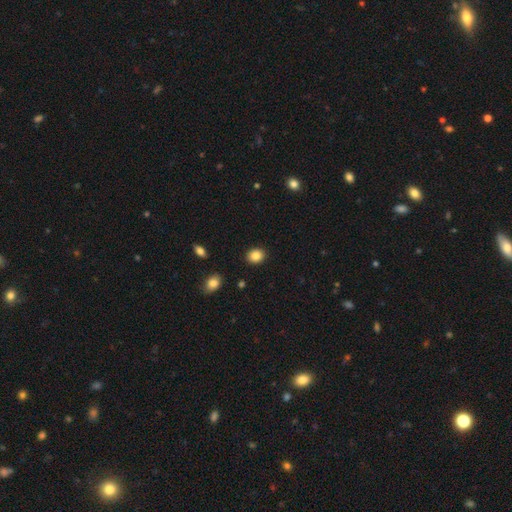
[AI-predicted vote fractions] This is clearly a smooth galaxy (87%). How rounded: possibly round (58%). Merging: clearly none (90%).